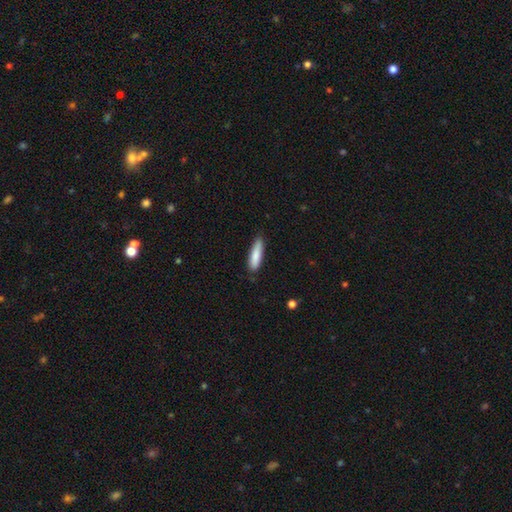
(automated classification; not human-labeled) smooth 83%, featured or disk 12%, star or artifact 6%. Down the decision tree: how rounded — cigar-shaped (75%); merging — none (81%).